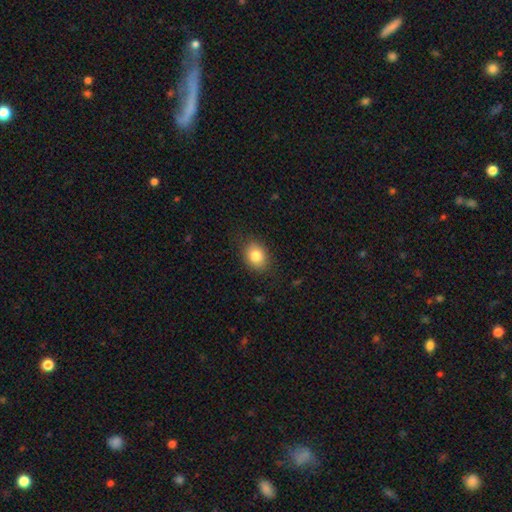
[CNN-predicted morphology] Smooth or featured?
  - smooth: 82% *
  - featured or disk: 9%
  - star or artifact: 9%
How rounded?
  - in between: 57% *
  - round: 42%
  - cigar-shaped: 1%
Merging?
  - none: 83% *
  - minor disturbance: 12%
  - major disturbance: 3%
  - merger: 1%